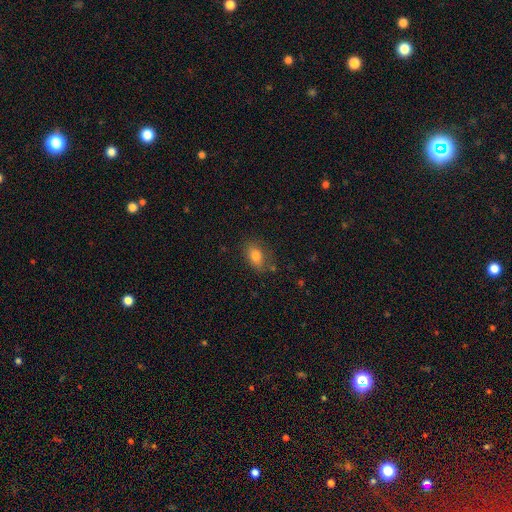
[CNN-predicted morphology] smooth 82%, star or artifact 9%, featured or disk 9%. Down the decision tree: how rounded — in between (83%); merging — none (73%).